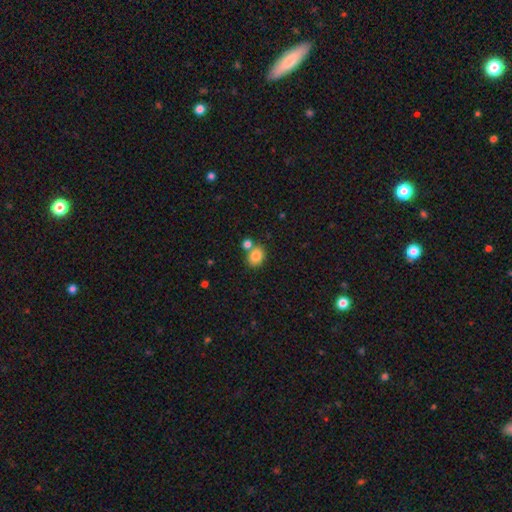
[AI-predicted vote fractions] smooth_or_featured: smooth (p=0.84) [alt: star or artifact p=0.10]
how_rounded: round (p=0.50) [alt: in between p=0.49]
merging: none (p=0.63) [alt: merger p=0.24]